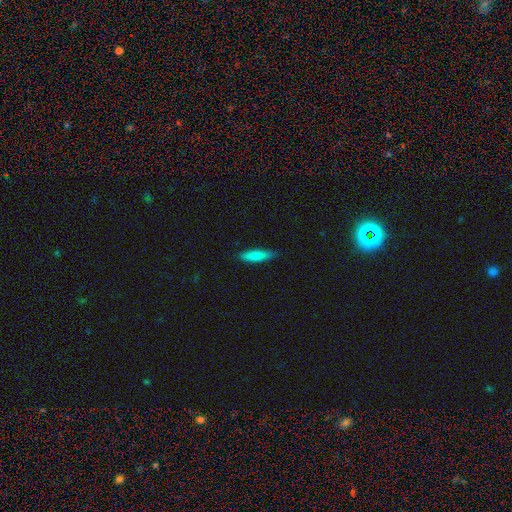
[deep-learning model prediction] Q: Smooth or featured?
A: smooth (81%); runner-up: featured or disk (13%)
Q: How rounded?
A: cigar-shaped (75%); runner-up: in between (24%)
Q: Merging?
A: none (85%); runner-up: minor disturbance (12%)